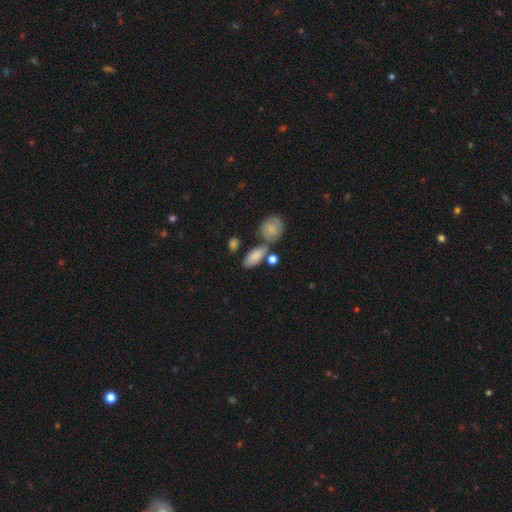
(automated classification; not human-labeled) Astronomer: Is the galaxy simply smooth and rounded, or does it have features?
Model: smooth — 83%.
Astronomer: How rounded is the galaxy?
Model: in between — 84%.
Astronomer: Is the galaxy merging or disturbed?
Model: none — 58%.